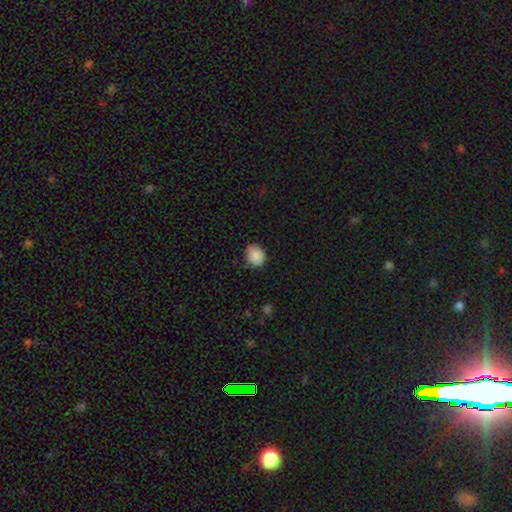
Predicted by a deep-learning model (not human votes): Morphology: type=smooth (88%); roundness=round (67%); merging=none (79%).